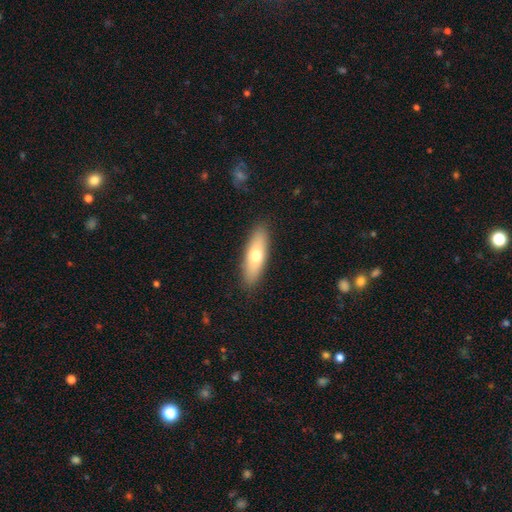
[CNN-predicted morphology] This appears to be a smooth galaxy with no disk features (66%) that is in between round and cigar-shaped (56%). Merging: none (88%).